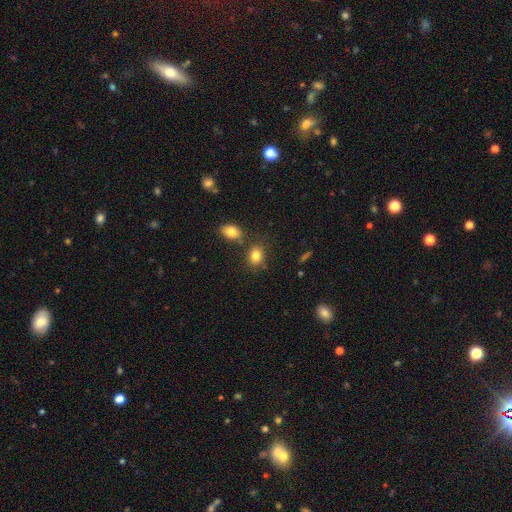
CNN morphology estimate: This is clearly a smooth galaxy (82%). How rounded: likely in between (61%). Merging: likely none (69%).